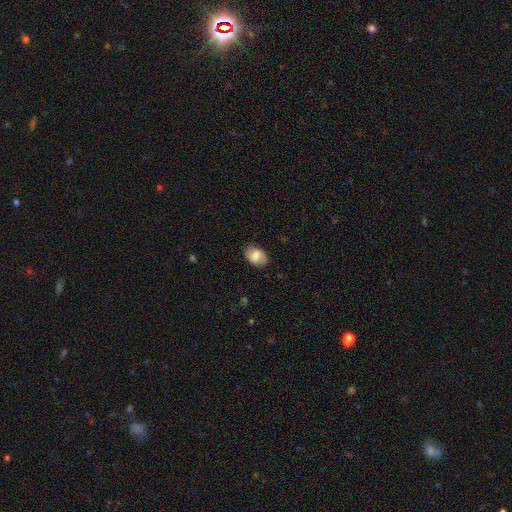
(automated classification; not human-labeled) Morphology: type=smooth (75%); roundness=in between (77%); merging=none (77%).